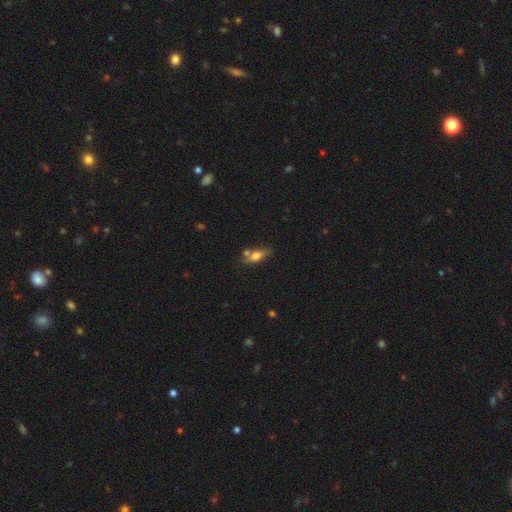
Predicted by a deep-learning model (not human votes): Smooth or featured?
  - smooth: 63% *
  - featured or disk: 29%
  - star or artifact: 8%
How rounded?
  - in between: 68% *
  - cigar-shaped: 27%
  - round: 6%
Merging?
  - none: 62% *
  - minor disturbance: 18%
  - merger: 16%
  - major disturbance: 5%